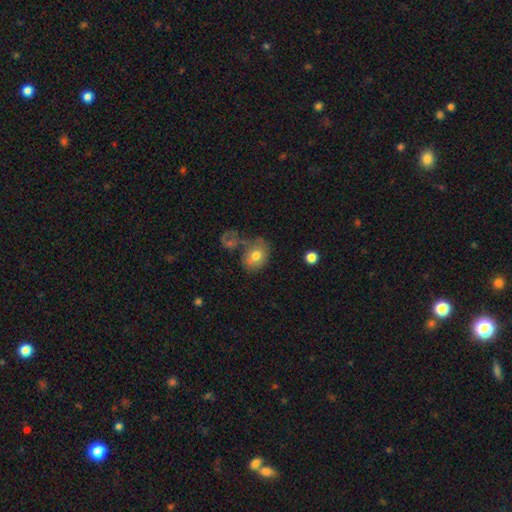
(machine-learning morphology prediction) type=smooth (72%); roundness=in between (55%); merging=none (42%).